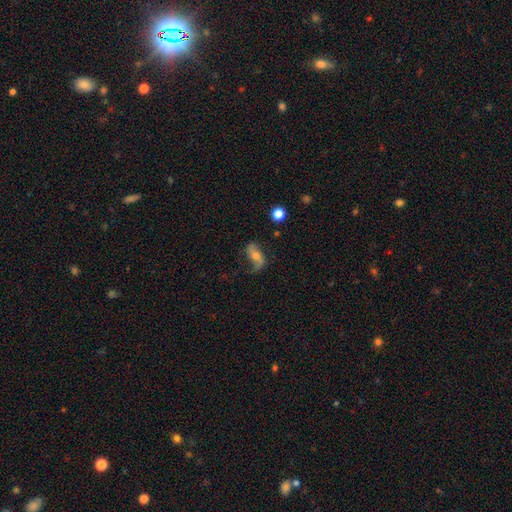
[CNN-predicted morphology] featured or disk 70%, smooth 22%, star or artifact 8%. Down the decision tree: edge-on disk — no (93%); bar — no (54%); spiral arms — yes (90%); spiral arm count — 2 (86%); spiral winding — loose (78%); bulge size — moderate (55%); merging — none (65%).